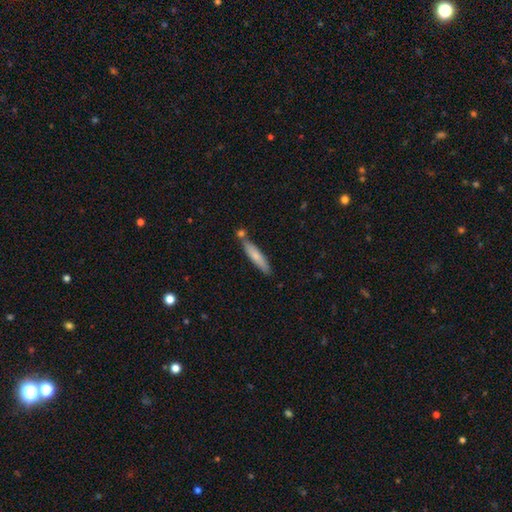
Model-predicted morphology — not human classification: Smooth or featured? smooth (71%)
How rounded? cigar-shaped (88%)
Merging? none (73%)